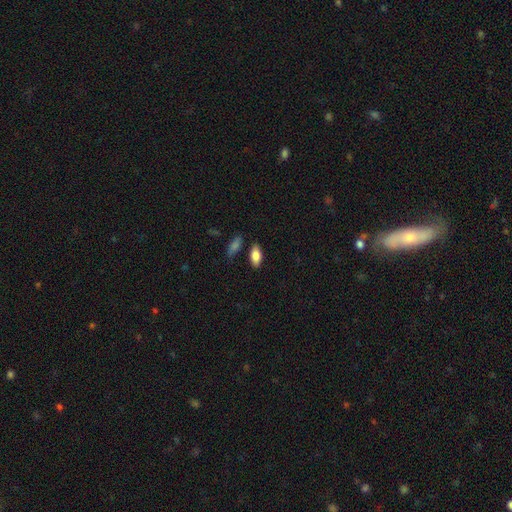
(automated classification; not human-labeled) smooth_or_featured: smooth (p=0.84) [alt: featured or disk p=0.09]
how_rounded: in between (p=0.89) [alt: cigar-shaped p=0.09]
merging: none (p=0.82) [alt: minor disturbance p=0.12]